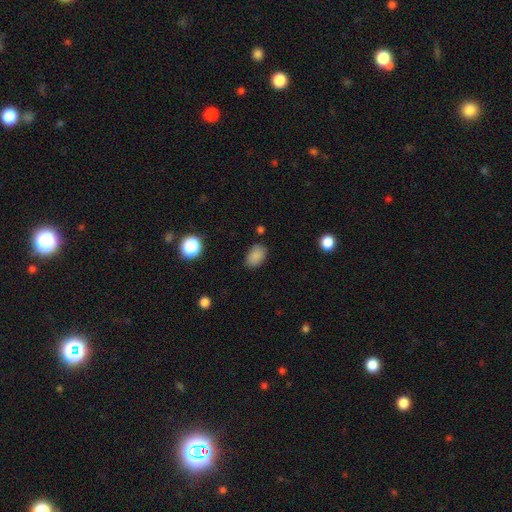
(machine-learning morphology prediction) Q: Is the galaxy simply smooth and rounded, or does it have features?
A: smooth — 86%.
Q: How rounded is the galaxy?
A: in between — 87%.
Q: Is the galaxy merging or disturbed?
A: none — 84%.